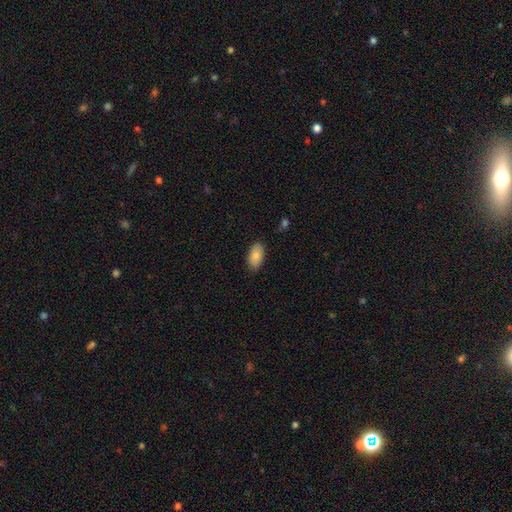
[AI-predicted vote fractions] Smooth or featured? Predicted: smooth (p=0.83). How rounded? Predicted: in between (p=0.94). Merging? Predicted: none (p=0.85).